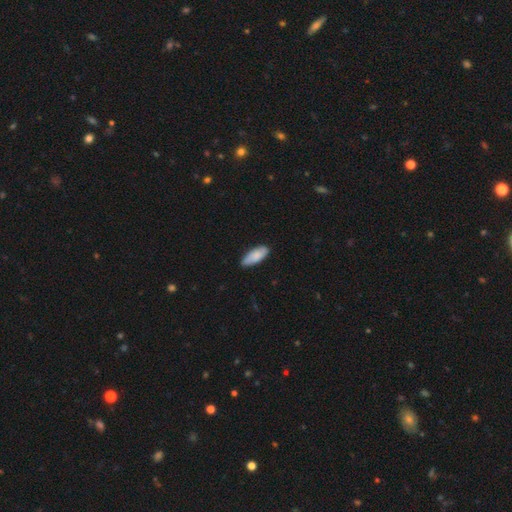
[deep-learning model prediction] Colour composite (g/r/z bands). It shows a smooth galaxy with no disk features (83%) that is in between round and cigar-shaped (79%). Merging: none (81%).